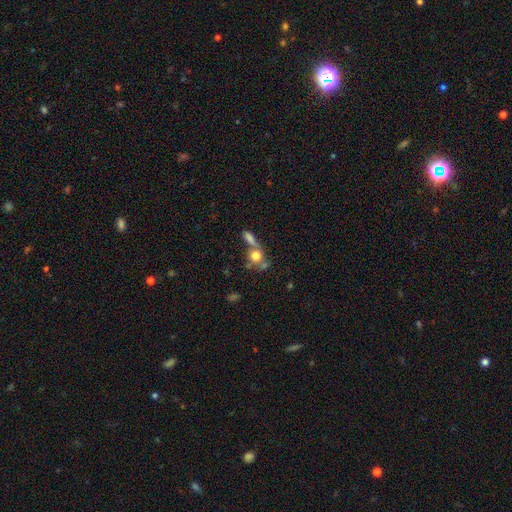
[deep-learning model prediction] Overall: smooth (73%). How rounded: round (74%). Merging: merger (44%; none 39%).